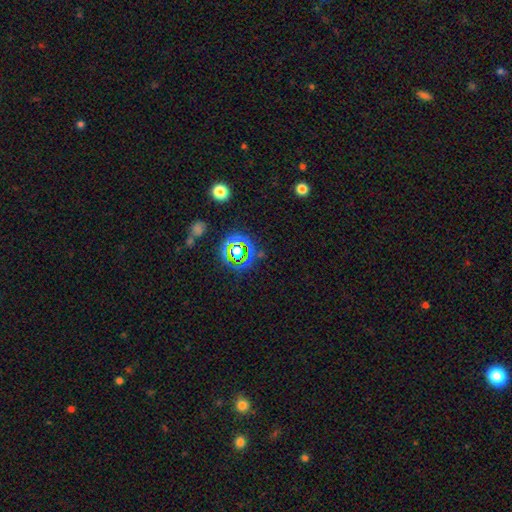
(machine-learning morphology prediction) smooth_or_featured: star or artifact (p=0.72) [alt: smooth p=0.16]